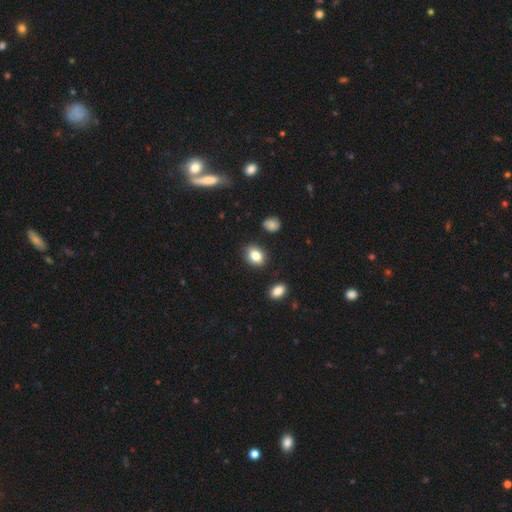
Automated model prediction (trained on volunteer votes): This is clearly a smooth galaxy (83%). How rounded: likely in between (63%). Merging: clearly none (84%).